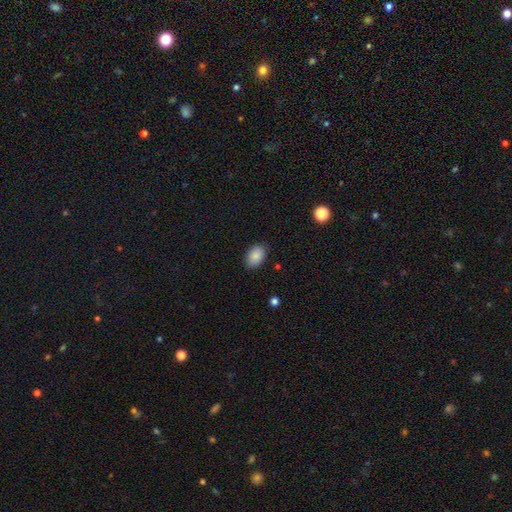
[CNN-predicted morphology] The model was most divided on "how rounded": in between: 86%, round: 13%, cigar-shaped: 1%. More confident: smooth or featured — smooth (88%); merging — none (86%).